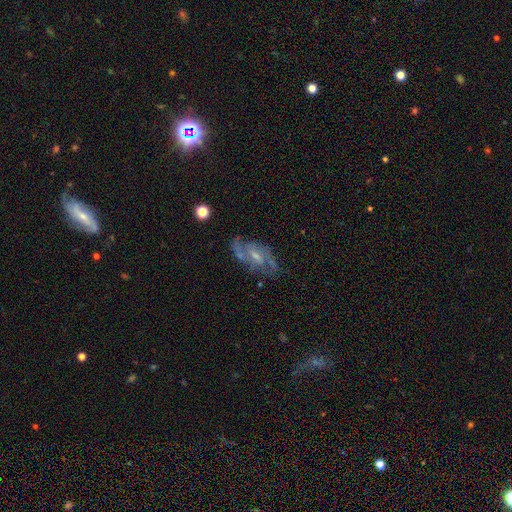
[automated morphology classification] Smooth or featured: featured or disk — 77% (smooth — 13%)
Edge-on disk: no — 93% (yes — 7%)
Bar: weak — 50% (no — 34%)
Spiral arms: yes — 88% (no — 12%)
Spiral winding: medium — 49% (tight — 26%)
Spiral arm count: 2 — 65% (can't tell — 19%)
Bulge size: small — 55% (moderate — 34%)
Merging: none — 68% (minor disturbance — 18%)